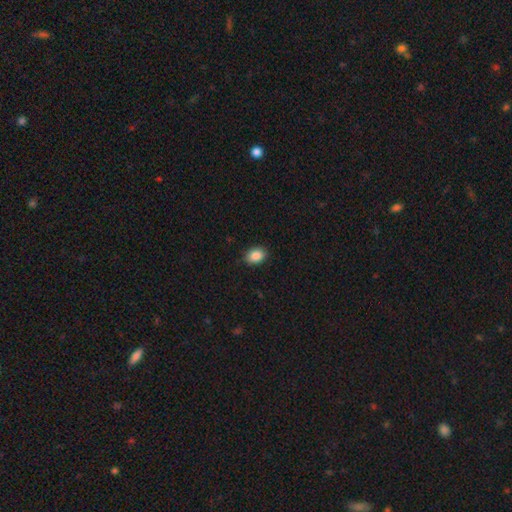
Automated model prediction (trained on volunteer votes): A smooth galaxy with no disk features (87%) that is in between round and cigar-shaped (70%). Merging: none (88%).